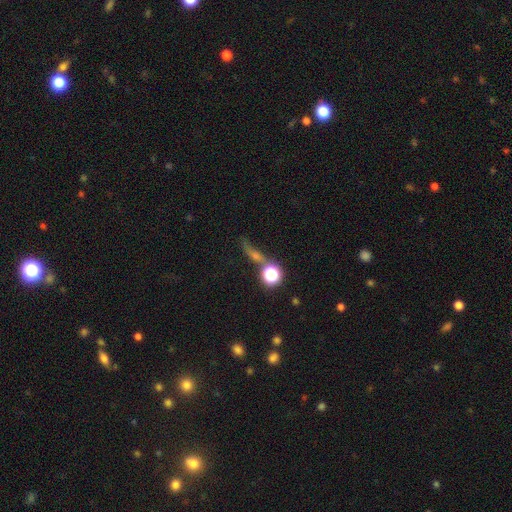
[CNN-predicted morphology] Smooth or featured: smooth — 38% (star or artifact — 34%)
Merging: none — 52% (merger — 18%)